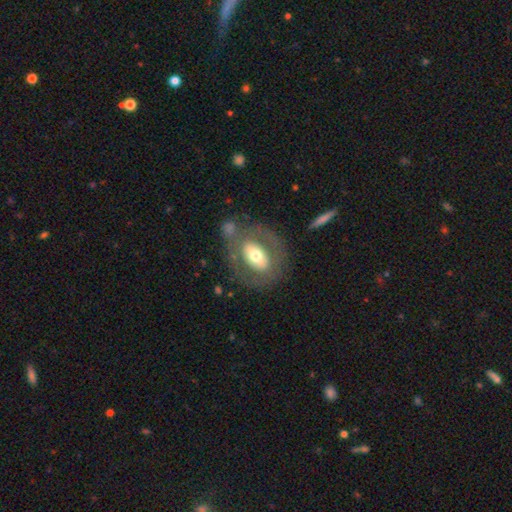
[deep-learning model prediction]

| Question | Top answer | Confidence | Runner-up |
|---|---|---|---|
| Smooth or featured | featured or disk | 51% | smooth (42%) |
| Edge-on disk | no | 91% | yes (9%) |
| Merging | none | 66% | minor disturbance (15%) |